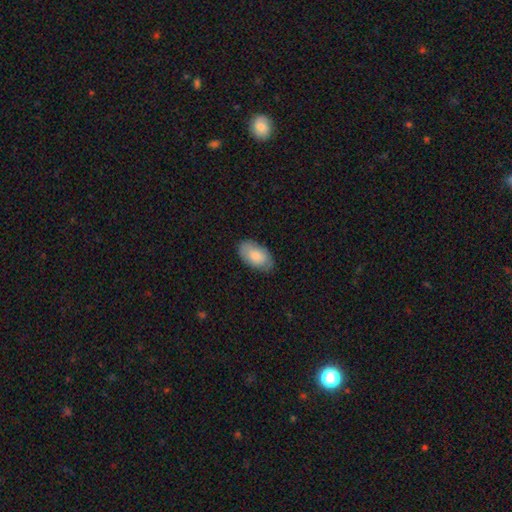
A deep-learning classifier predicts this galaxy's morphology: type=smooth (81%); roundness=in between (95%); merging=none (80%).